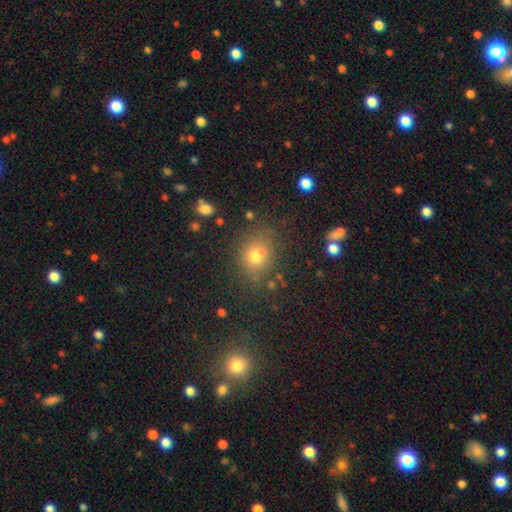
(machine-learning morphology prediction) This appears to be a smooth galaxy with no disk features (68%) that is round (57%). Merging: none (69%).